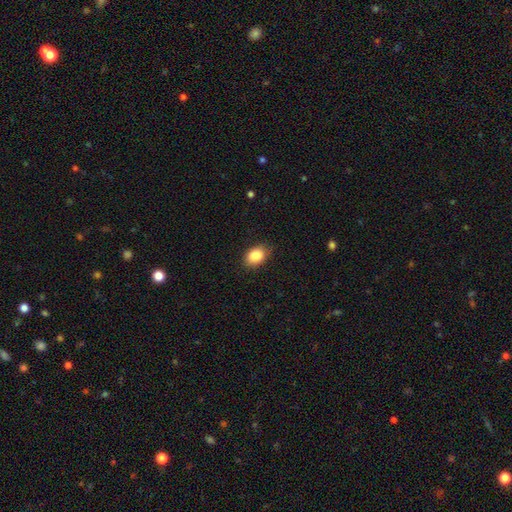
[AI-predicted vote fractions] smooth_or_featured: smooth (p=0.88) [alt: star or artifact p=0.08]
how_rounded: in between (p=0.79) [alt: round p=0.20]
merging: none (p=0.83) [alt: minor disturbance p=0.13]